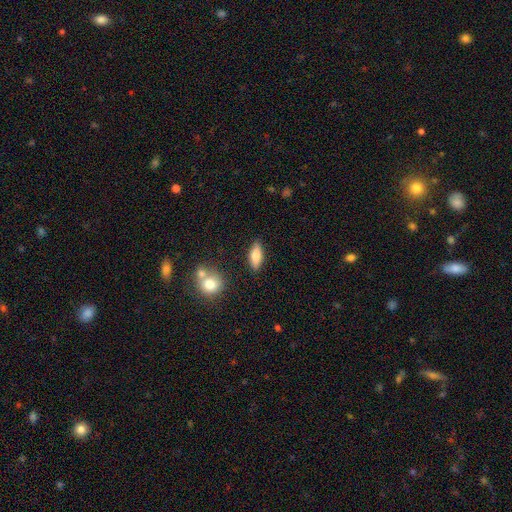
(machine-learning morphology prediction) smooth-or-featured: smooth: 73% | featured or disk: 21% | star or artifact: 7%
  how-rounded: in between: 70% | cigar-shaped: 27% | round: 3%
  merging: none: 84% | minor disturbance: 10% | merger: 3% | major disturbance: 3%